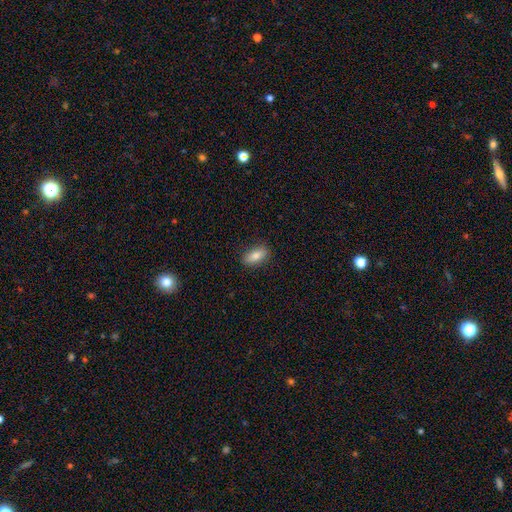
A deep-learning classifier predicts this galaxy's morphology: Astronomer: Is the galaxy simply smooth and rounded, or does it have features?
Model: smooth — 81%.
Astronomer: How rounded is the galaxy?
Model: in between — 85%.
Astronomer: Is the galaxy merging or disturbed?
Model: none — 87%.